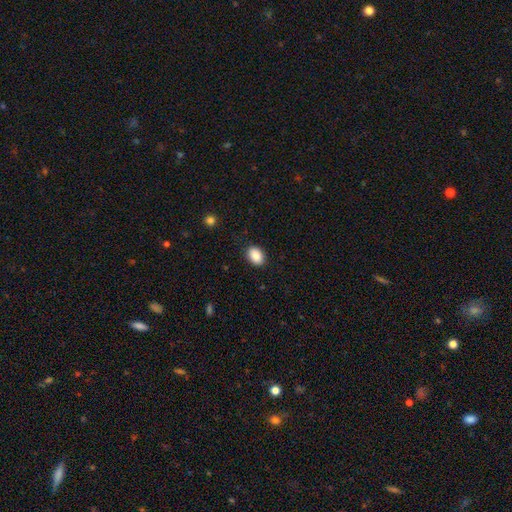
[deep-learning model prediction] Smooth or featured? Predicted: smooth (p=0.89). How rounded? Predicted: in between (p=0.74). Merging? Predicted: none (p=0.88).